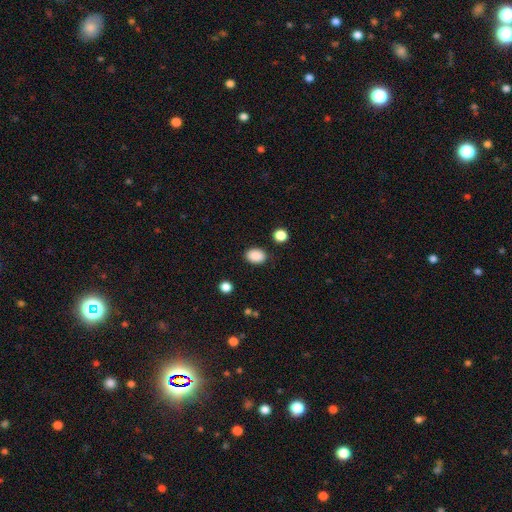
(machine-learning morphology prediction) A smooth galaxy with no disk features (89%) that is in between round and cigar-shaped (74%). Merging: none (86%).